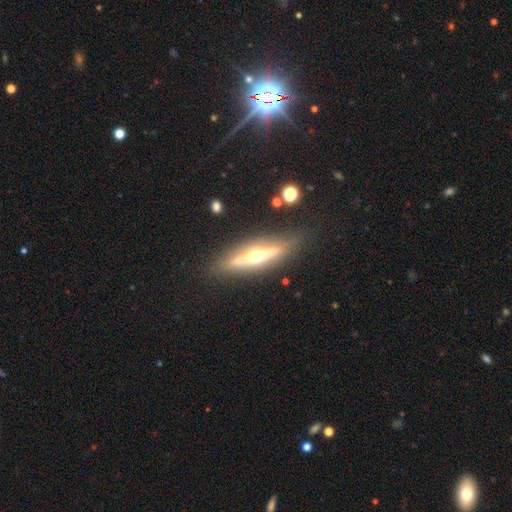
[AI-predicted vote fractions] Q: Smooth or featured?
A: featured or disk (66%); runner-up: smooth (28%)
Q: Edge-on disk?
A: yes (86%); runner-up: no (14%)
Q: Edge-on bulge?
A: rounded (91%); runner-up: none (5%)
Q: Merging?
A: none (81%); runner-up: minor disturbance (12%)